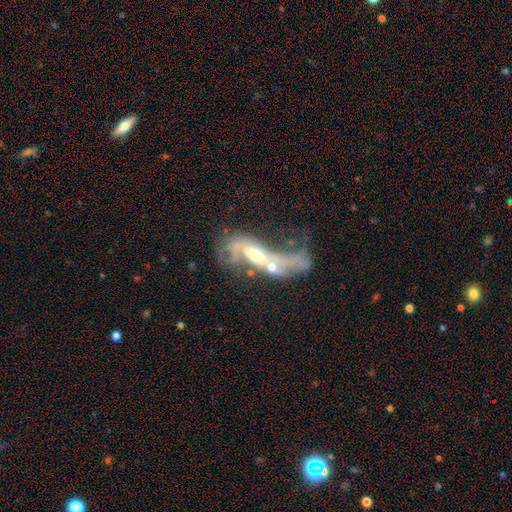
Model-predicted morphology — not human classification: This appears to be a featured or disk galaxy (70%) with no bar (54%), spiral arms (54%) and a moderate central bulge (58%). Merging: merger (47%).